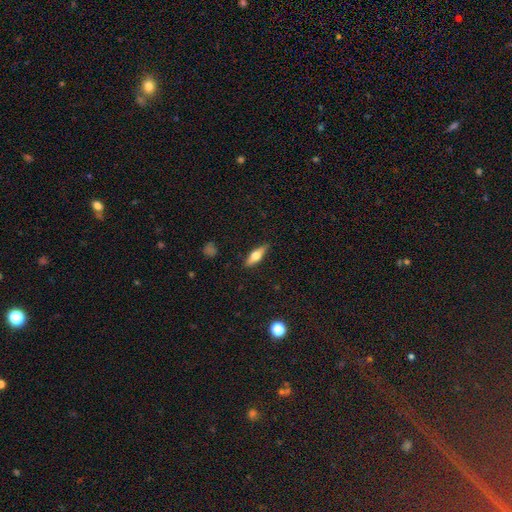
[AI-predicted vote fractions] Smooth or featured: smooth — 50% (featured or disk — 43%)
Merging: none — 87% (minor disturbance — 10%)